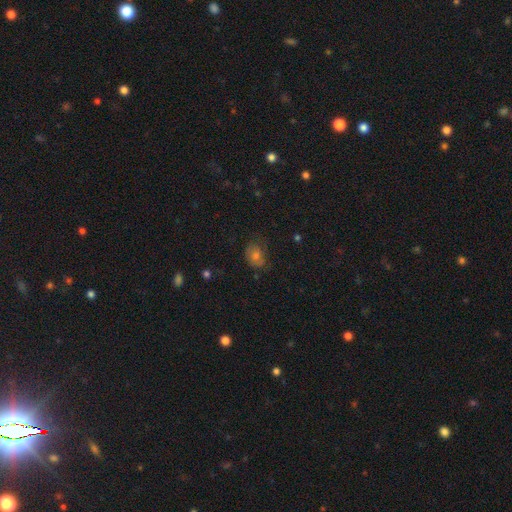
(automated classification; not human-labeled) Q: Smooth or featured?
A: smooth (55%); runner-up: featured or disk (27%)
Q: How rounded?
A: in between (52%); runner-up: round (46%)
Q: Merging?
A: none (62%); runner-up: minor disturbance (25%)